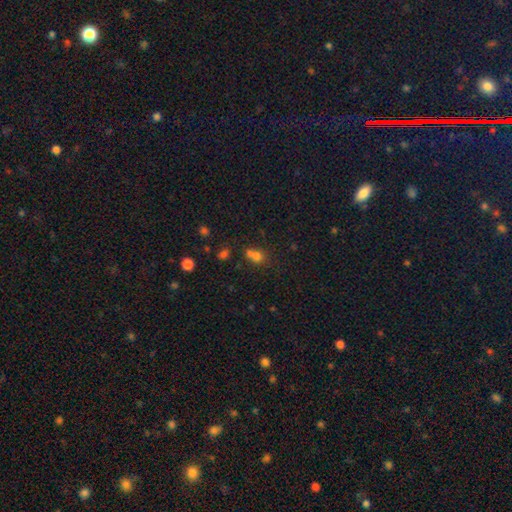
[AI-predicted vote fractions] This is likely a smooth galaxy (72%). How rounded: likely round (61%). Merging: possibly merger (45%).